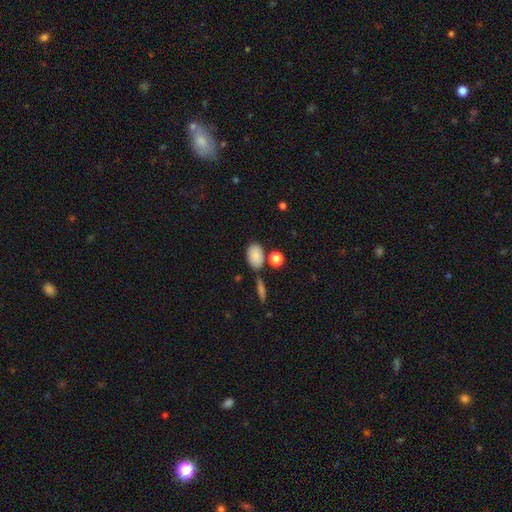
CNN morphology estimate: The model was most divided on "merging": none: 70%, minor disturbance: 14%, merger: 12%, major disturbance: 4%. More confident: how rounded — in between (88%); smooth or featured — smooth (85%).